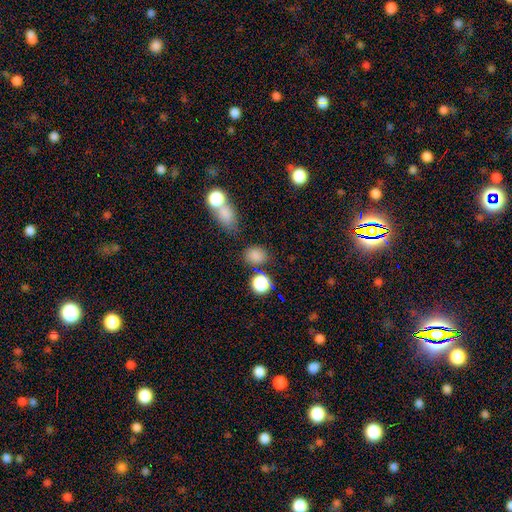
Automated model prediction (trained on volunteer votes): A smooth galaxy with no disk features (80%) that is round (58%). Merging: none (74%).